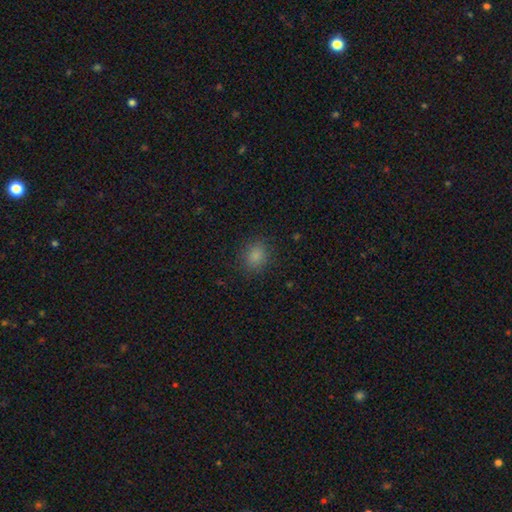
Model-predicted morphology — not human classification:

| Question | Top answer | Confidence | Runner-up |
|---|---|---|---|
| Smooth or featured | smooth | 83% | star or artifact (12%) |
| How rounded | round | 60% | in between (39%) |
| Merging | none | 85% | minor disturbance (10%) |